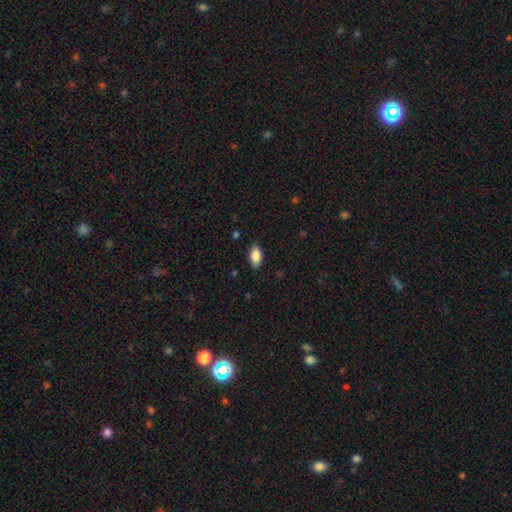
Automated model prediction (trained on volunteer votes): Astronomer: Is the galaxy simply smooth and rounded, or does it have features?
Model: smooth — 87%.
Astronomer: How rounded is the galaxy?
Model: in between — 92%.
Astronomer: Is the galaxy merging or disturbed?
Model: none — 86%.